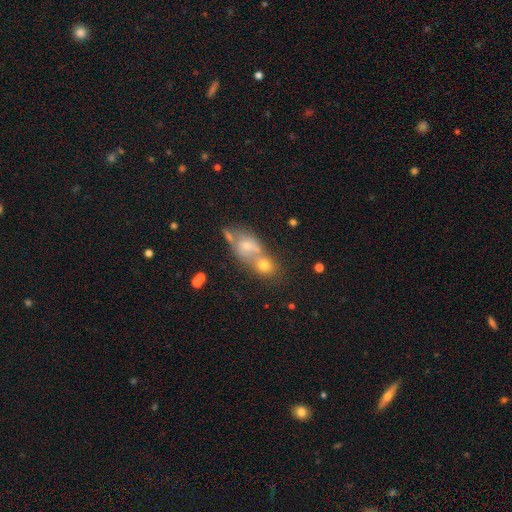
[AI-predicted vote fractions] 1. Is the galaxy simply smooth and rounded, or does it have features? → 50% smooth, 29% featured or disk, 21% star or artifact.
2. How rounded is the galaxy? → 49% round, 43% in between, 8% cigar-shaped.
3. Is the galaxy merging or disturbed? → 61% merger, 27% none, 7% minor disturbance, 5% major disturbance.